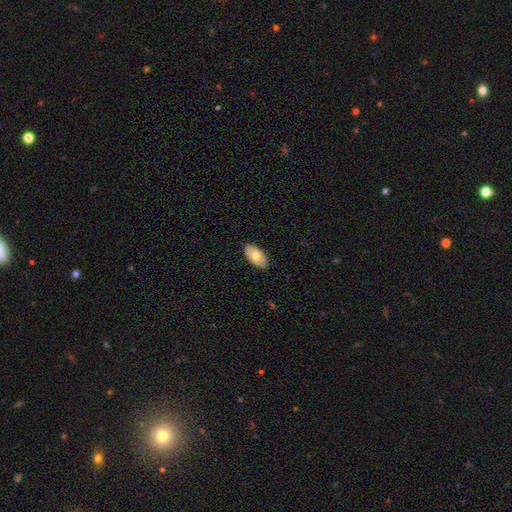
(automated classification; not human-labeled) Smooth or featured? smooth (72%)
How rounded? in between (95%)
Merging? none (88%)